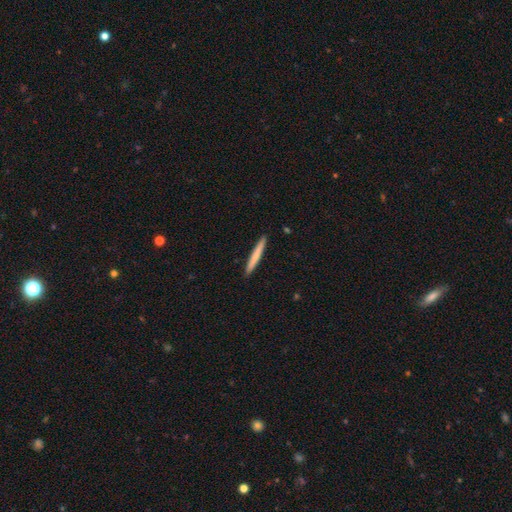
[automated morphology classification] This is likely a smooth galaxy (71%). How rounded: clearly cigar-shaped (97%). Merging: clearly none (92%).